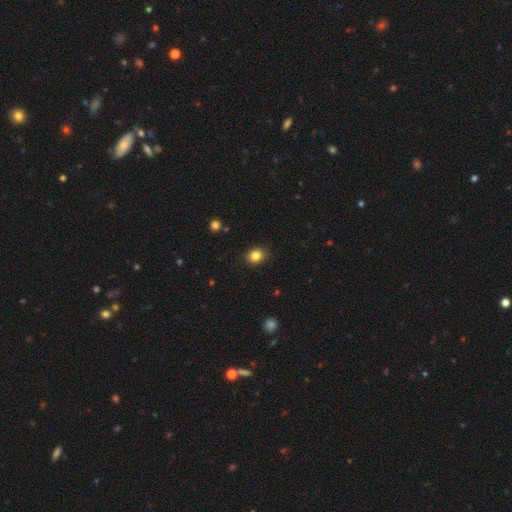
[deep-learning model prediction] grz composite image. It shows a smooth galaxy with no disk features (84%) that is round (60%). Merging: none (88%).